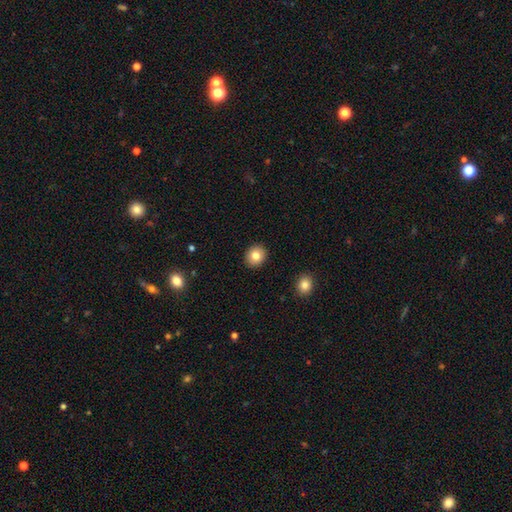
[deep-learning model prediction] Overall: smooth (81%). How rounded: round (76%). Merging: none (91%).